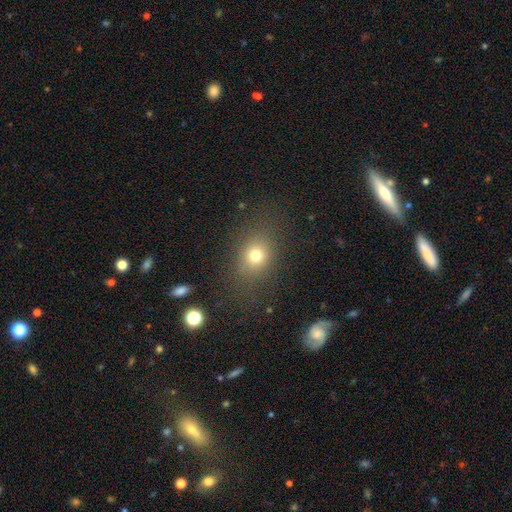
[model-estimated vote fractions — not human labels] Smooth or featured? Predicted: smooth (p=0.73). How rounded? Predicted: round (p=0.50). Merging? Predicted: none (p=0.78).